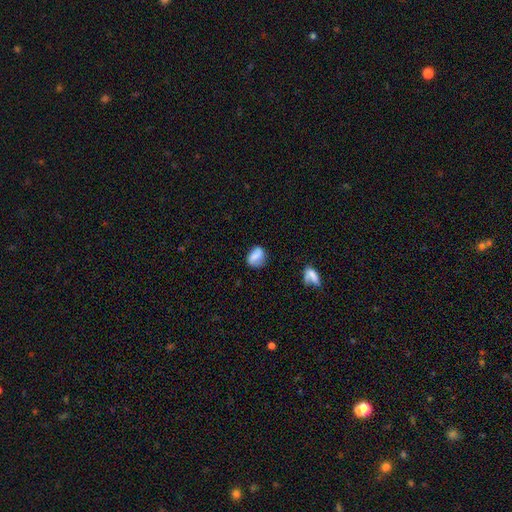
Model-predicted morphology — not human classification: Overall: smooth (71%). How rounded: in between (63%; round 35%). Merging: none (64%; minor disturbance 25%).